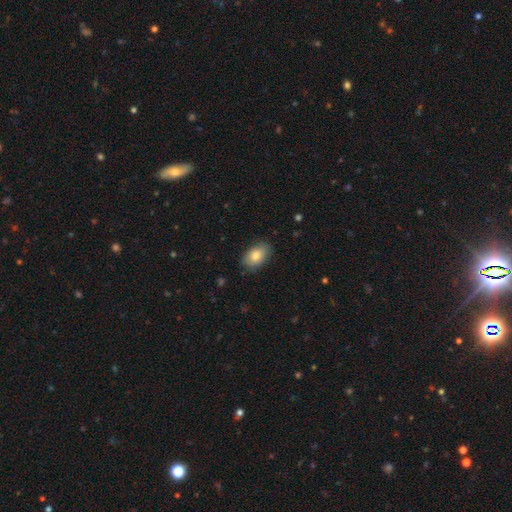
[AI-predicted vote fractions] A smooth galaxy with no disk features (82%) that is in between round and cigar-shaped (90%).

Vote fractions:
- Smooth or featured? smooth: 82% / featured or disk: 12% / star or artifact: 7%
- How rounded? in between: 90% / round: 8% / cigar-shaped: 1%
- Merging? none: 85% / minor disturbance: 12% / major disturbance: 2% / merger: 1%